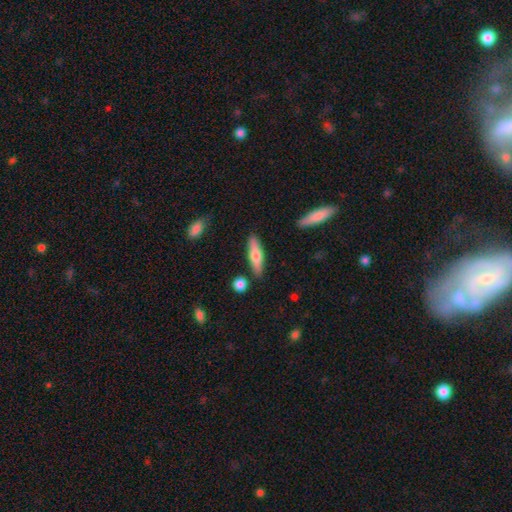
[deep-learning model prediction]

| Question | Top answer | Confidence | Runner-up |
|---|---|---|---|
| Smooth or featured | smooth | 57% | featured or disk (37%) |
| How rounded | cigar-shaped | 70% | in between (28%) |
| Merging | none | 83% | minor disturbance (10%) |